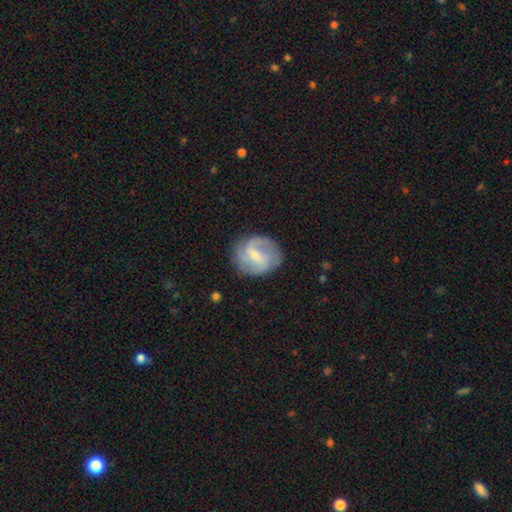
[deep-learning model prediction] smooth-or-featured: featured or disk: 75% | smooth: 19% | star or artifact: 6%
  disk-edge-on: no: 98% | yes: 2%
    bar: weak: 54% | strong: 29% | no: 17%
    has-spiral-arms: yes: 89% | no: 11%
      spiral-winding: medium: 44% | loose: 32% | tight: 24%
      spiral-arm-count: 2: 67% | can't tell: 15% | 3: 8% | 1: 6% | 4: 2% | more than 4: 2%
    bulge-size: small: 56% | moderate: 37% | none: 4% | large: 2% | dominant: 1%
  merging: none: 76% | minor disturbance: 16% | major disturbance: 7% | merger: 1%